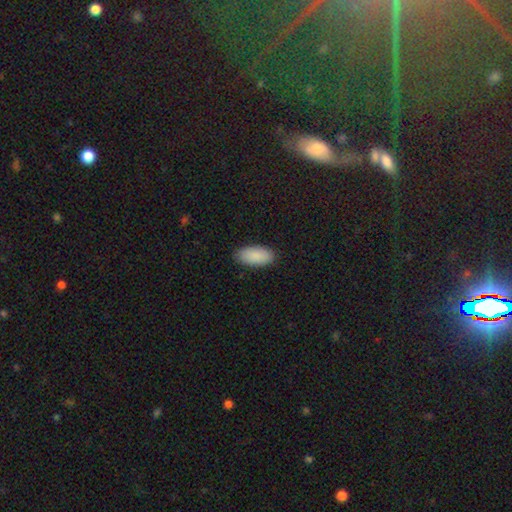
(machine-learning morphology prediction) Smooth or featured? smooth (90%)
How rounded? in between (94%)
Merging? none (88%)